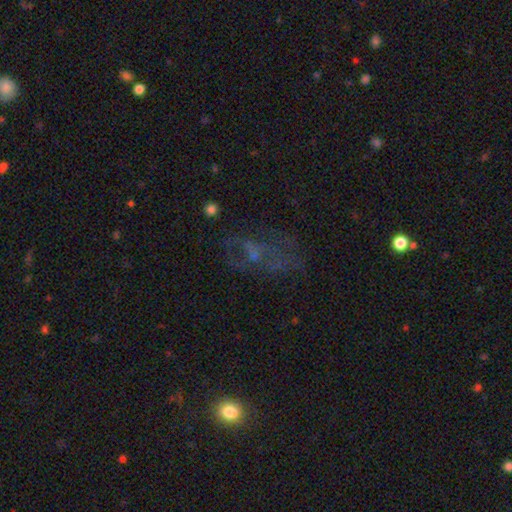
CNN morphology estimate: featured or disk 40%, star or artifact 33%, smooth 27%. Down the decision tree: merging — none (53%).